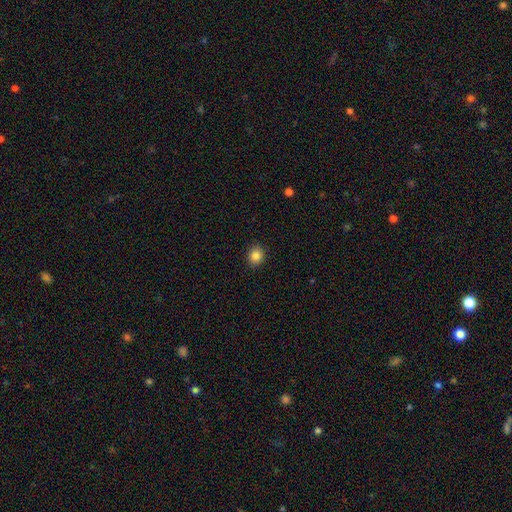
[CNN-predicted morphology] This is clearly a smooth galaxy (84%). How rounded: likely round (74%). Merging: clearly none (91%).